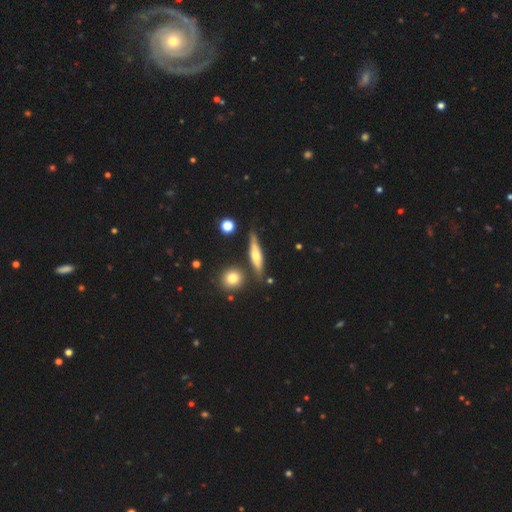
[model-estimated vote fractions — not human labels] Overall: featured or disk (55%; smooth 38%). Edge-on disk: yes (90%). Merging: none (75%).